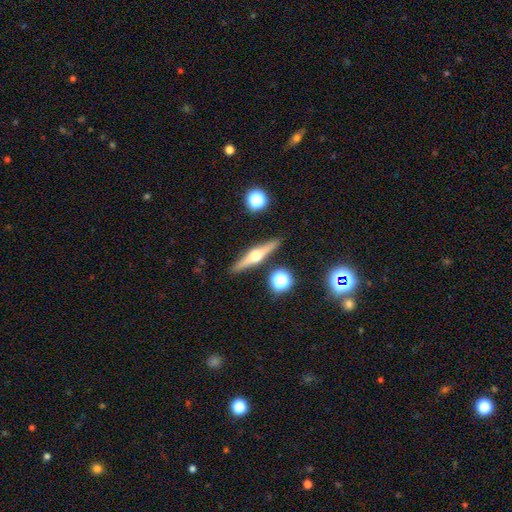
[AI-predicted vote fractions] A featured or disk galaxy (70%) viewed edge-on (97%) with a rounded central bulge (95%). Merging: none (89%).